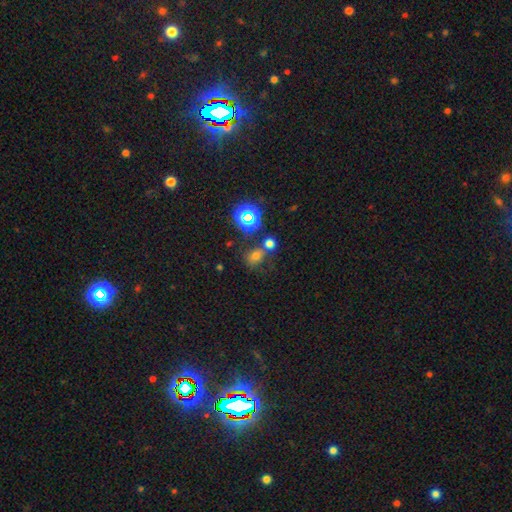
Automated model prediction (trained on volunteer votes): Overall: smooth (61%; star or artifact 29%). How rounded: round (56%; in between 43%). Merging: none (55%; merger 24%).